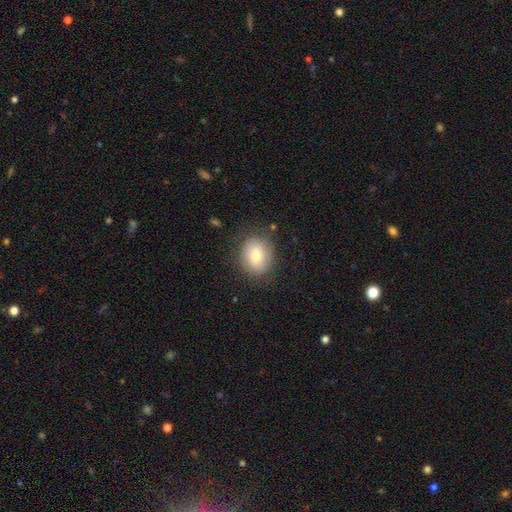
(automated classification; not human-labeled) Morphology: type=smooth (69%); roundness=round (60%); merging=none (80%).